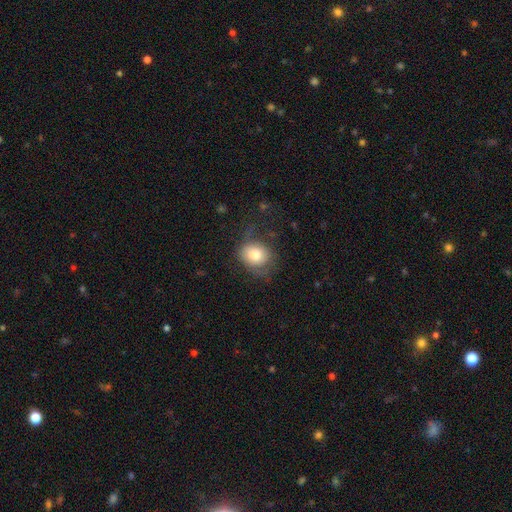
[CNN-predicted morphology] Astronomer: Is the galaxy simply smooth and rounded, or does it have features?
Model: smooth — 78%.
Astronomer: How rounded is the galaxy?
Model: round — 52% (runner-up: in between, 47%).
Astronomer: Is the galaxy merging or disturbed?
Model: none — 54%.